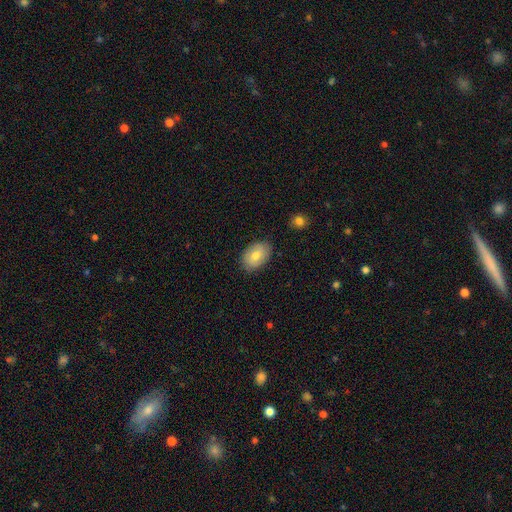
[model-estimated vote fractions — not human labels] Overall: smooth (75%). How rounded: in between (86%). Merging: none (83%).